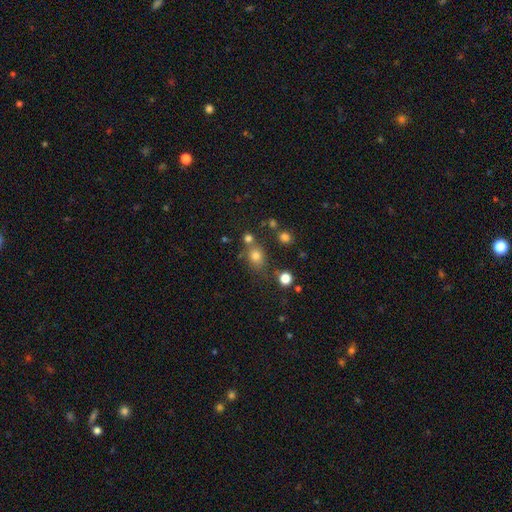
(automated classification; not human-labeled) A smooth galaxy with no disk features (74%) that is round (59%).

Vote fractions:
- Smooth or featured? smooth: 74% / star or artifact: 17% / featured or disk: 9%
- How rounded? round: 59% / in between: 39% / cigar-shaped: 1%
- Merging? none: 66% / merger: 15% / minor disturbance: 13% / major disturbance: 5%